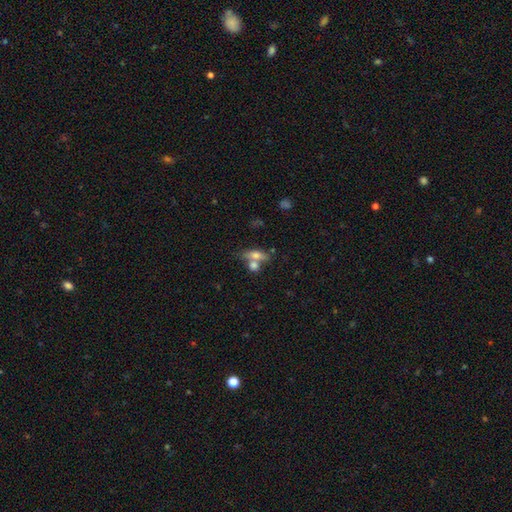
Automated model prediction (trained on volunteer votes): Smooth or featured? smooth (64%)
How rounded? in between (59%)
Merging? none (44%)